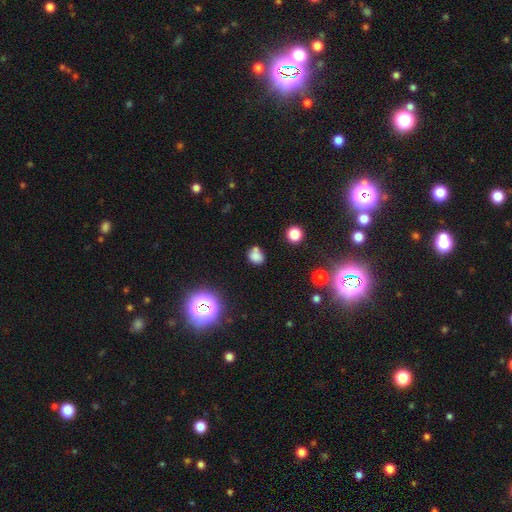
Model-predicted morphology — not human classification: smooth_or_featured: smooth (p=0.74) [alt: star or artifact p=0.17]
how_rounded: round (p=0.54) [alt: in between p=0.45]
merging: none (p=0.55) [alt: merger p=0.20]